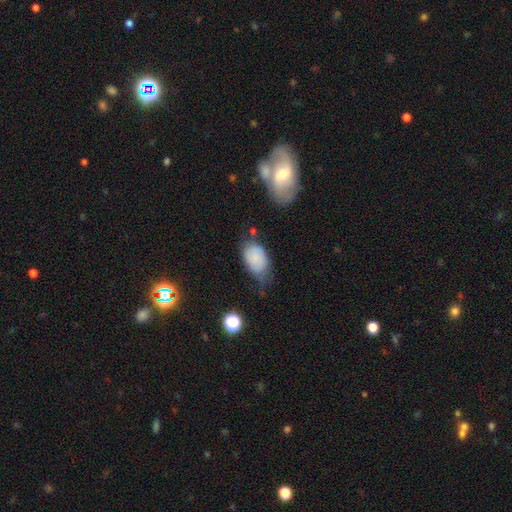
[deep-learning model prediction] Q: Smooth or featured?
A: smooth (80%); runner-up: featured or disk (12%)
Q: How rounded?
A: in between (90%); runner-up: round (9%)
Q: Merging?
A: none (41%); runner-up: minor disturbance (37%)